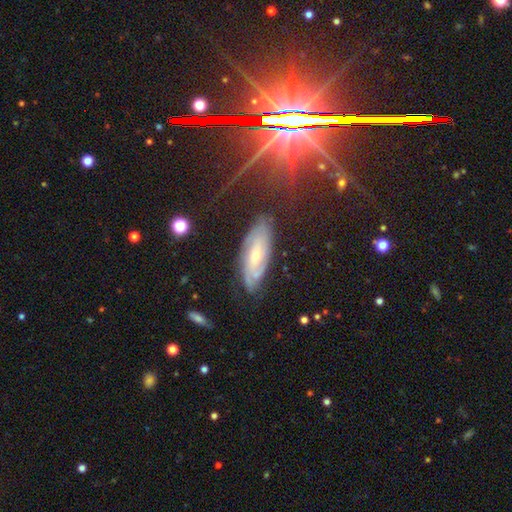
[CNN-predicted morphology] Q: Smooth or featured?
A: featured or disk (69%); runner-up: smooth (21%)
Q: Edge-on disk?
A: no (83%); runner-up: yes (17%)
Q: Bar?
A: no (61%); runner-up: weak (30%)
Q: Spiral arms?
A: yes (87%); runner-up: no (13%)
Q: Bulge size?
A: small (60%); runner-up: moderate (36%)
Q: Merging?
A: none (77%); runner-up: minor disturbance (17%)